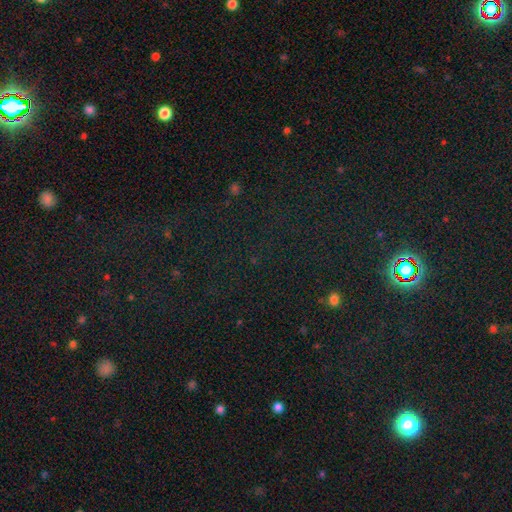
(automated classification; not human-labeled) Overall: star or artifact (77%).